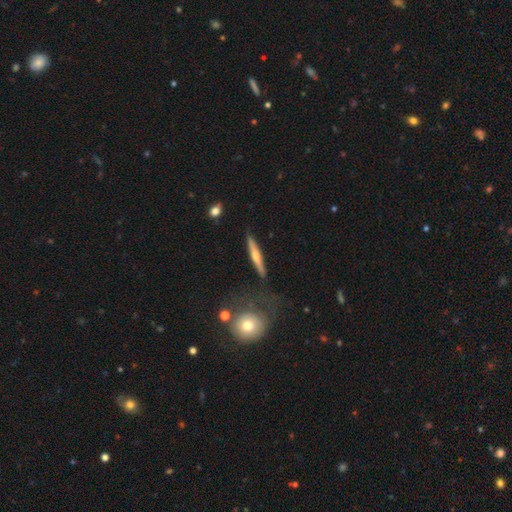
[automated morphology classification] A featured or disk galaxy (54%) viewed edge-on (95%) with a rounded central bulge (80%). Merging: none (84%).